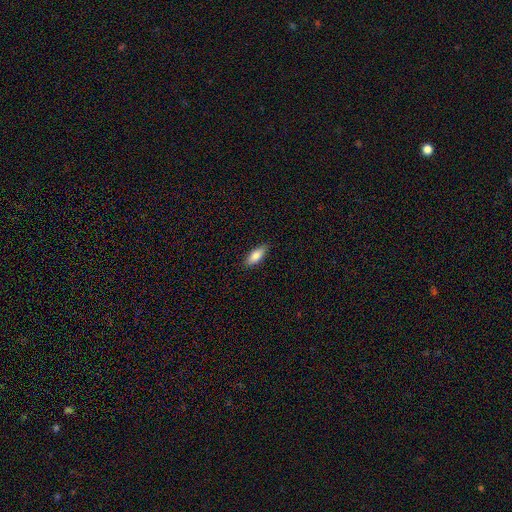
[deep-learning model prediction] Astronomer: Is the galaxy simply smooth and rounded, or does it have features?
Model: smooth — 82%.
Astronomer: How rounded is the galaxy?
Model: in between — 74%.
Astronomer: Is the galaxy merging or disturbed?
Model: none — 86%.